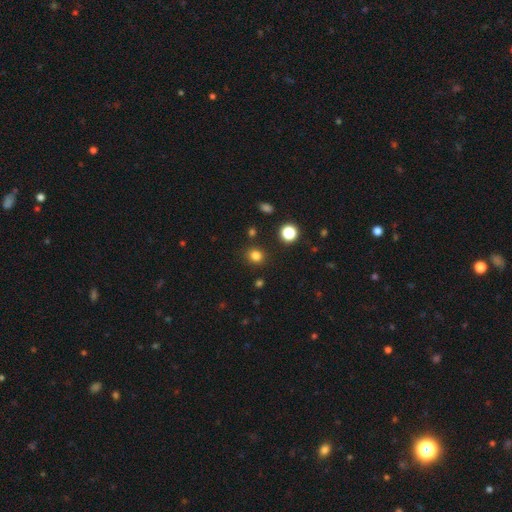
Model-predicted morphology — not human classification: type=smooth (81%); roundness=round (80%); merging=none (88%).